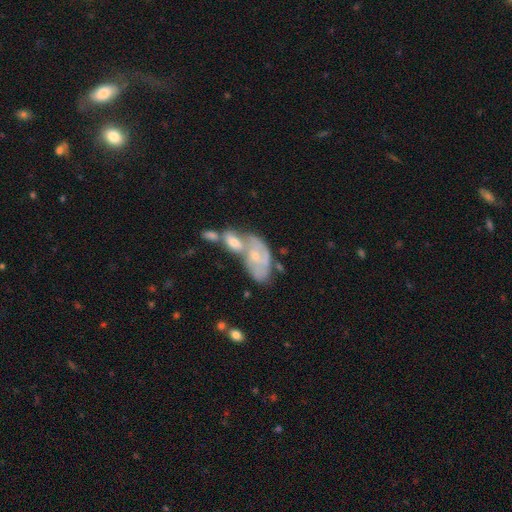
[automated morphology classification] Smooth or featured: featured or disk — 66% (smooth — 25%)
Edge-on disk: no — 94% (yes — 6%)
Bar: no — 72% (weak — 23%)
Spiral arms: yes — 68% (no — 32%)
Bulge size: small — 59% (moderate — 34%)
Merging: merger — 59% (none — 22%)